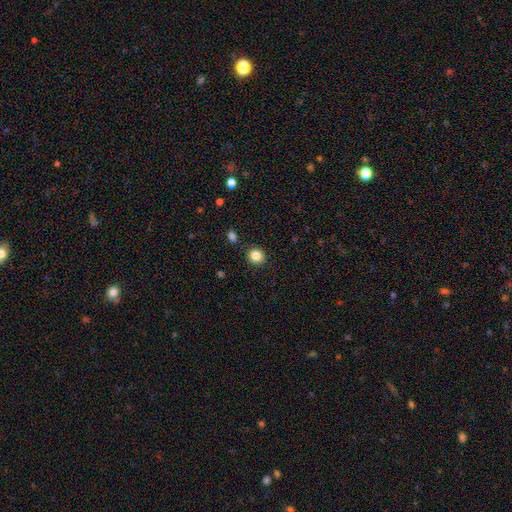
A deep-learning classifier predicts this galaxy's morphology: Smooth or featured: smooth — 85% (star or artifact — 11%)
How rounded: round — 83% (in between — 16%)
Merging: none — 88% (minor disturbance — 7%)